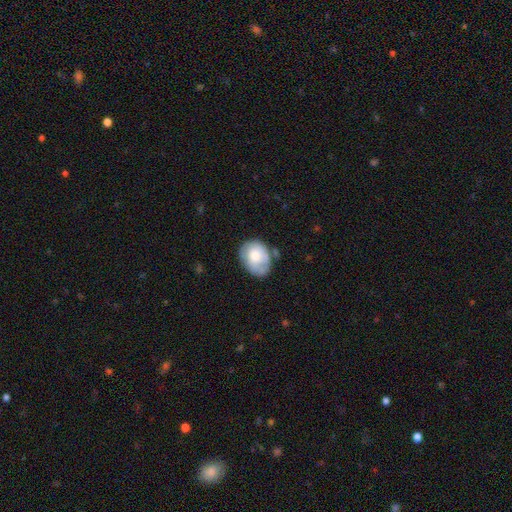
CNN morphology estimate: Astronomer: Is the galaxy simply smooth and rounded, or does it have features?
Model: smooth — 65%.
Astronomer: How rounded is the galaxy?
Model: in between — 62% (runner-up: round, 37%).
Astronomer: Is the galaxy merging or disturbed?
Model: none — 58%.